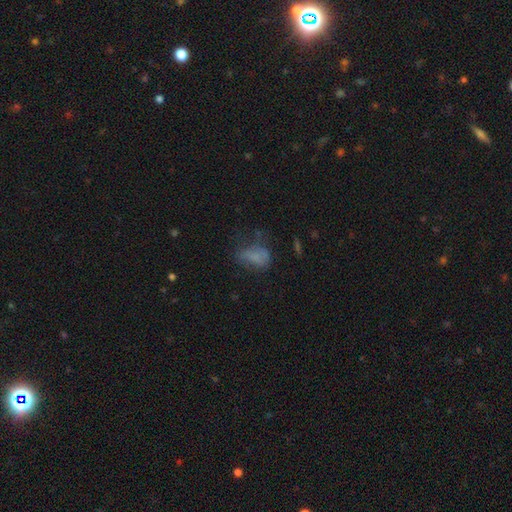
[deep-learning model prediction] A smooth galaxy with no disk features (63%) that is in between round and cigar-shaped (83%).

Vote fractions:
- Smooth or featured? smooth: 63% / featured or disk: 21% / star or artifact: 16%
- How rounded? in between: 83% / round: 14% / cigar-shaped: 3%
- Merging? none: 35% / major disturbance: 32% / minor disturbance: 28% / merger: 4%